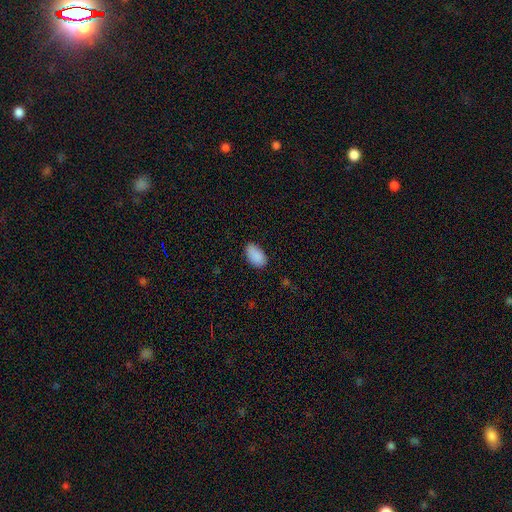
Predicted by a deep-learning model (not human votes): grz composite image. It shows a smooth galaxy with no disk features (89%) that is in between round and cigar-shaped (94%). Merging: none (78%).